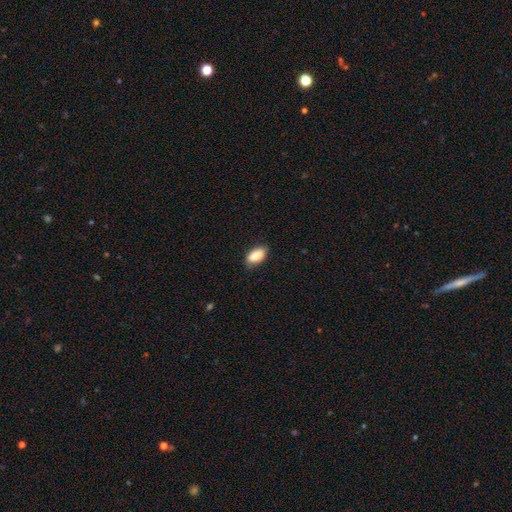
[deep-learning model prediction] A smooth galaxy with no disk features (87%) that is in between round and cigar-shaped (93%). Merging: none (79%).